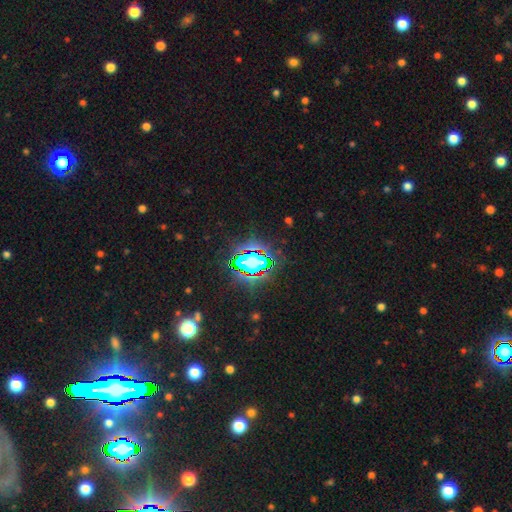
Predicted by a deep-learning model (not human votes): Q: Smooth or featured?
A: star or artifact (71%); runner-up: smooth (18%)